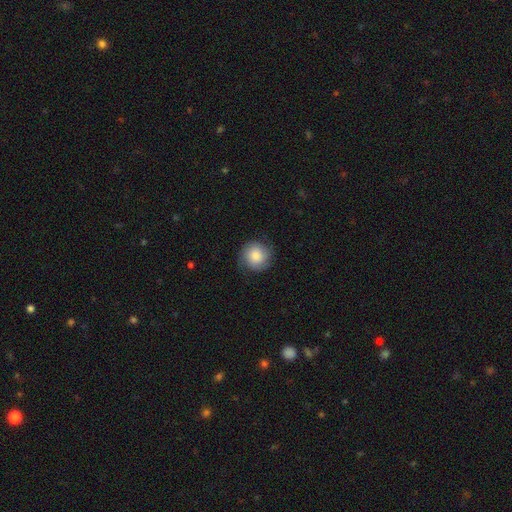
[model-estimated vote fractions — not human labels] Morphology: type=smooth (71%); roundness=round (92%); merging=none (79%).